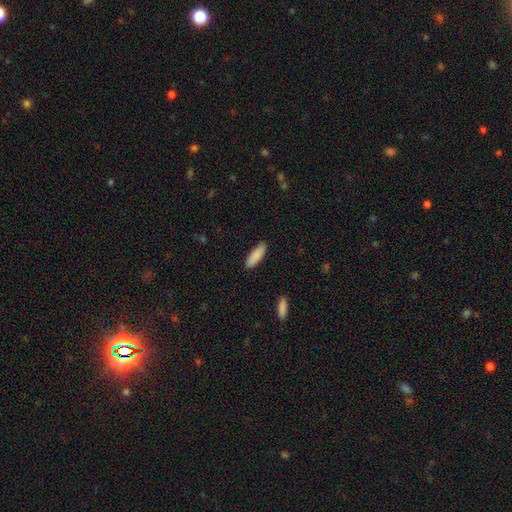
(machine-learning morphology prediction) smooth-or-featured: smooth: 88% | featured or disk: 6% | star or artifact: 6%
  how-rounded: in between: 51% | cigar-shaped: 47% | round: 1%
  merging: none: 89% | minor disturbance: 8% | major disturbance: 2% | merger: 1%